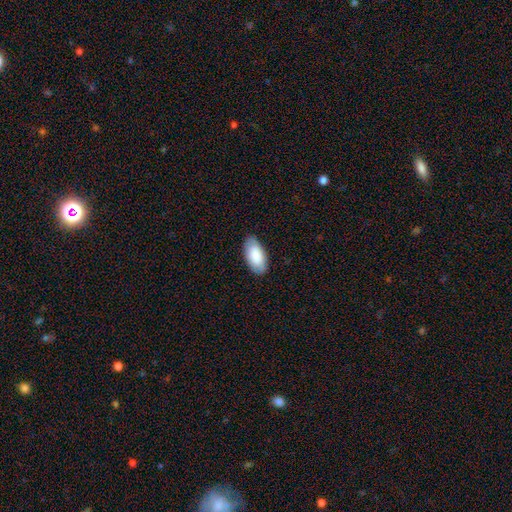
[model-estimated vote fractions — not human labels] A smooth galaxy with no disk features (85%) that is in between round and cigar-shaped (95%).

Vote fractions:
- Smooth or featured? smooth: 85% / featured or disk: 9% / star or artifact: 5%
- How rounded? in between: 95% / cigar-shaped: 3% / round: 2%
- Merging? none: 86% / minor disturbance: 11% / major disturbance: 2% / merger: 1%